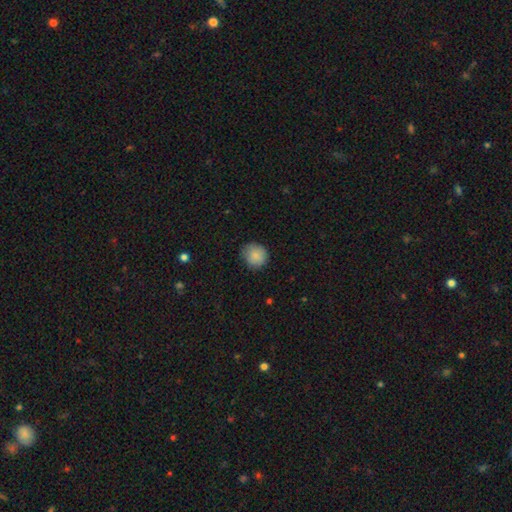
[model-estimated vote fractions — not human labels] A smooth galaxy with no disk features (85%) that is round (84%). Merging: none (77%).